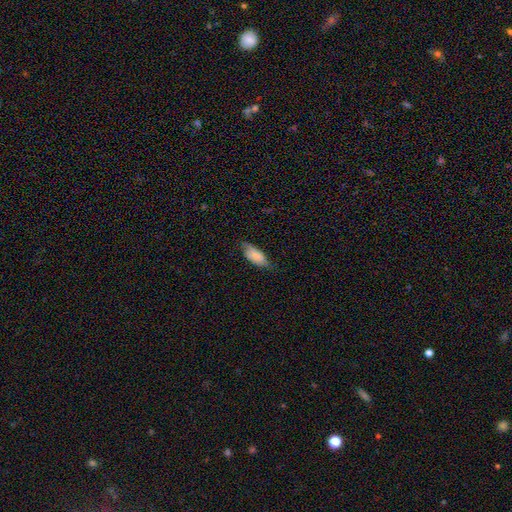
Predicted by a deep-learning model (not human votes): Smooth or featured? Predicted: smooth (p=0.71). How rounded? Predicted: in between (p=0.87). Merging? Predicted: none (p=0.62).